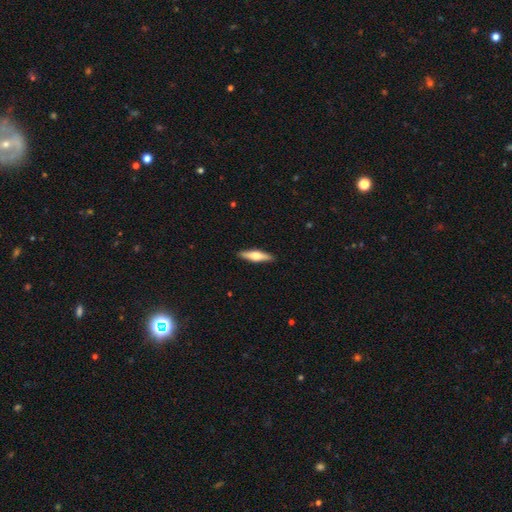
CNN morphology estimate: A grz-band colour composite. It shows a smooth galaxy with no disk features (49%). Merging: none (91%).